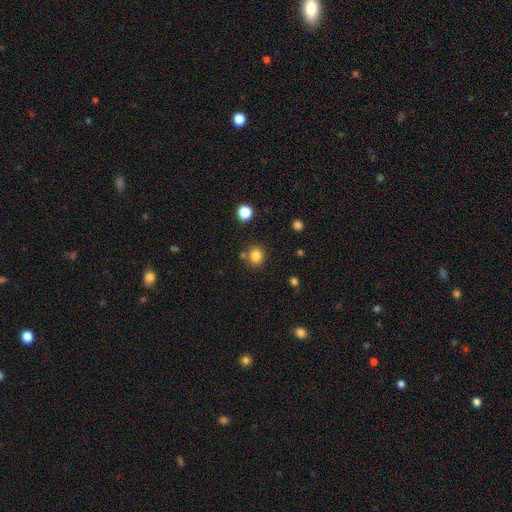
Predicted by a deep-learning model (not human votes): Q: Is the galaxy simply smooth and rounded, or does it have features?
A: smooth — 82%.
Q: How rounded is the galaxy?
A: round — 77%.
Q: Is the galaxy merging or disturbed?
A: none — 77%.